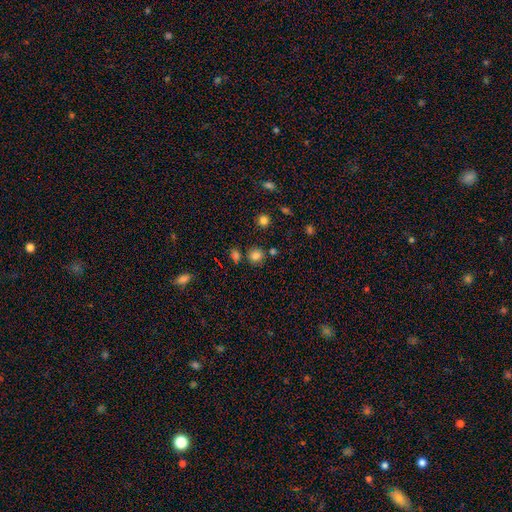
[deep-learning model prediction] This appears to be a smooth galaxy with no disk features (80%) that is round (88%). Merging: none (80%).